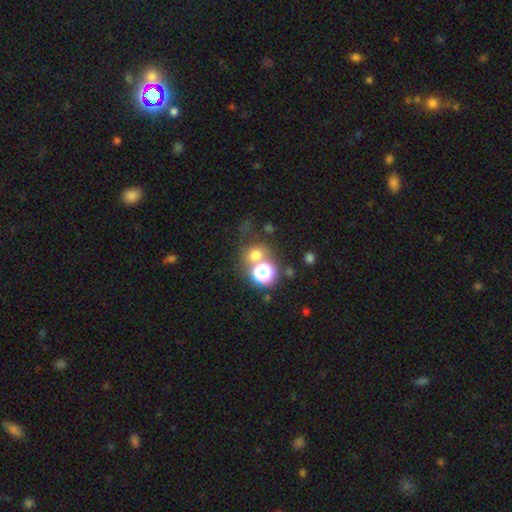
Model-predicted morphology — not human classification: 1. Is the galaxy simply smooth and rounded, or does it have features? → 63% smooth, 27% star or artifact, 10% featured or disk.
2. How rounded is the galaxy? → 81% round, 18% in between, 1% cigar-shaped.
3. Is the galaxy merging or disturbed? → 56% none, 28% merger, 9% minor disturbance, 6% major disturbance.